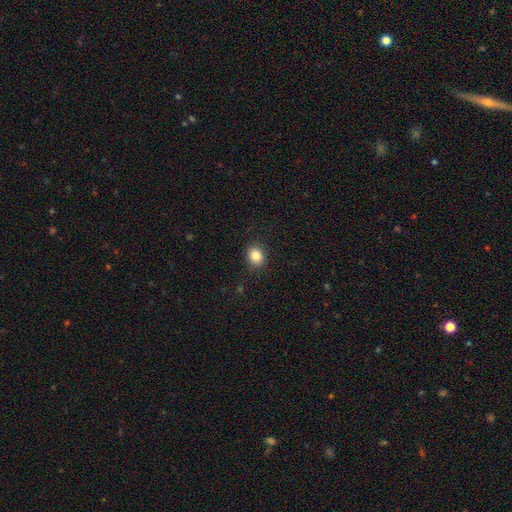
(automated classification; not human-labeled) Smooth or featured?
  - smooth: 84% *
  - star or artifact: 10%
  - featured or disk: 5%
How rounded?
  - round: 66% *
  - in between: 33%
  - cigar-shaped: 1%
Merging?
  - none: 87% *
  - minor disturbance: 9%
  - major disturbance: 3%
  - merger: 1%